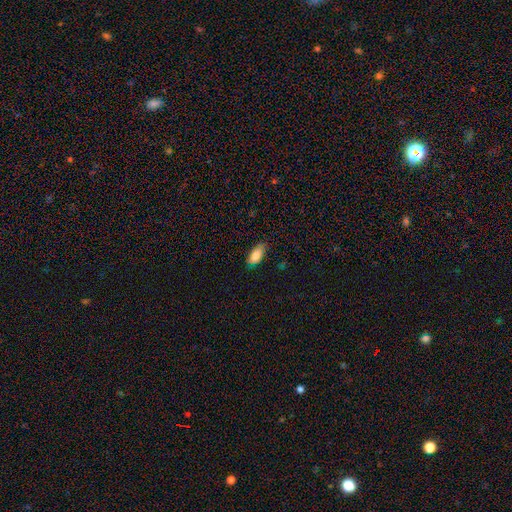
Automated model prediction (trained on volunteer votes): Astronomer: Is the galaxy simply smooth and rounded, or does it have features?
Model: smooth — 82%.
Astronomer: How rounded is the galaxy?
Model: in between — 87%.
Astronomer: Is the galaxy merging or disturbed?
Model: none — 79%.